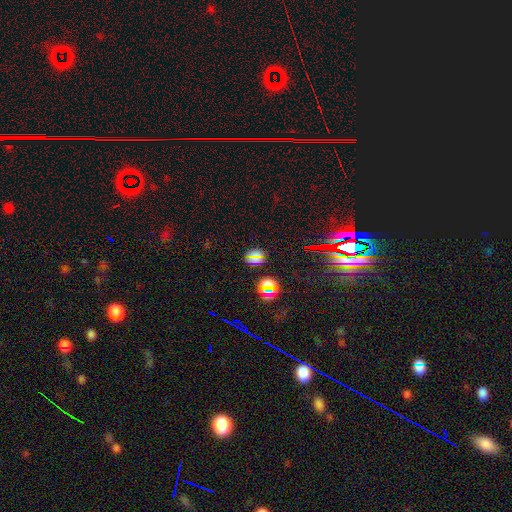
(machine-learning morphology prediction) Q: Smooth or featured?
A: star or artifact (49%); runner-up: smooth (42%)